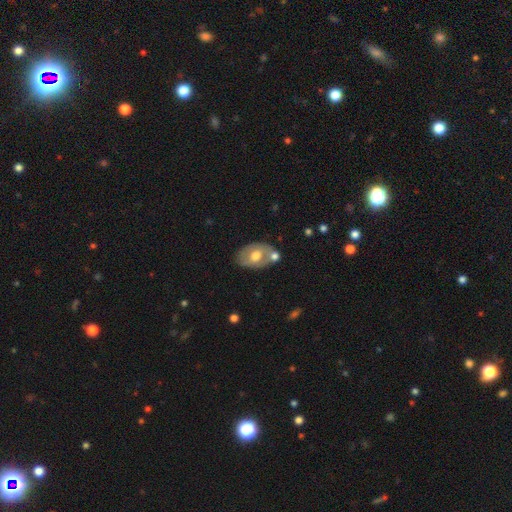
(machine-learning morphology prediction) The model was most divided on "smooth or featured": smooth: 50%, featured or disk: 44%, star or artifact: 6%. More confident: how rounded — in between (86%); merging — none (59%).